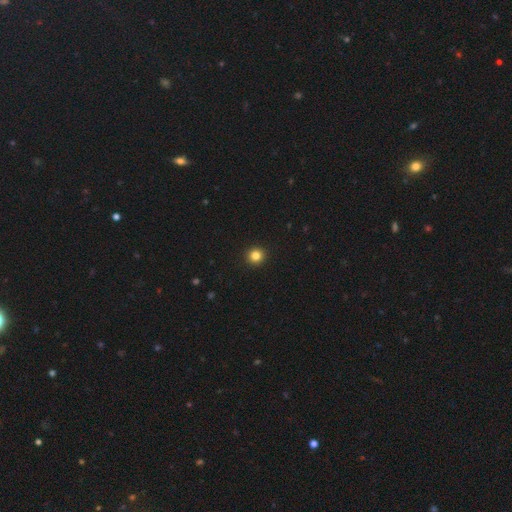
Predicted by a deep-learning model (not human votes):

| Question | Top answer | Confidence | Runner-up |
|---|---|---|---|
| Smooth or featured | smooth | 83% | star or artifact (12%) |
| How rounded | round | 94% | in between (5%) |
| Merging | none | 94% | minor disturbance (4%) |